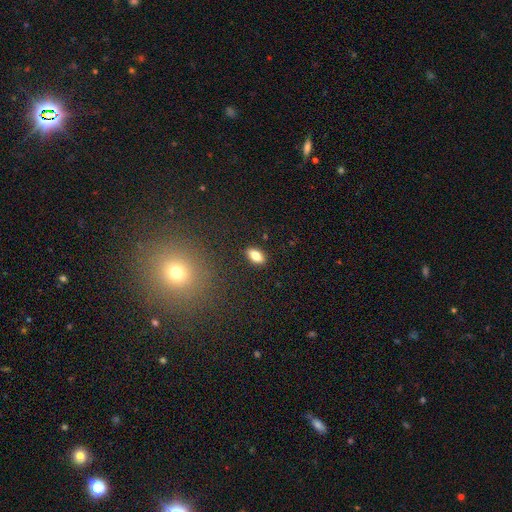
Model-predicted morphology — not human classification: Overall: smooth (79%). How rounded: in between (88%). Merging: none (89%).